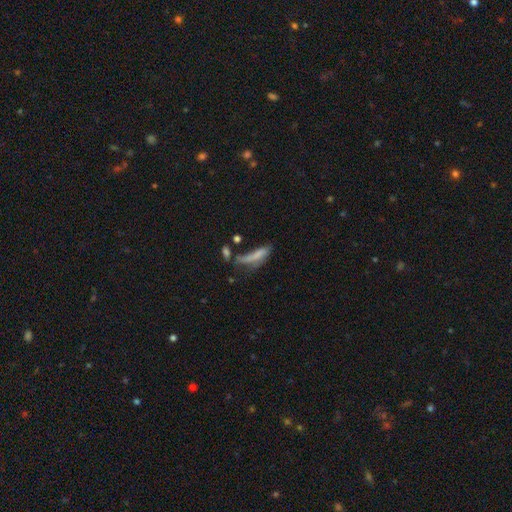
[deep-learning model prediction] smooth 66%, featured or disk 23%, star or artifact 11%. Down the decision tree: how rounded — cigar-shaped (69%); merging — none (34%).